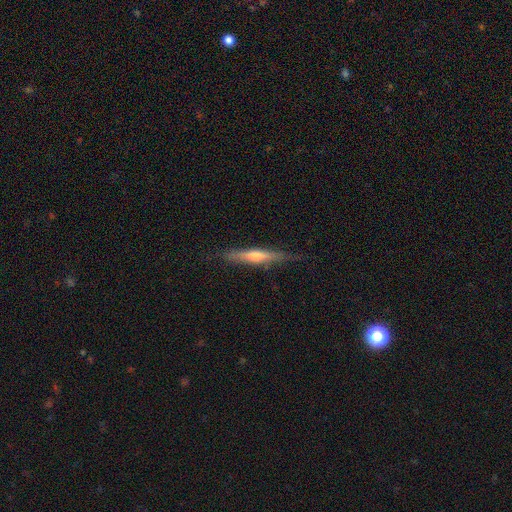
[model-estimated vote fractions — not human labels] Morphology: type=featured or disk (62%); edge-on=yes (95%); edge-on bulge=rounded (72%); merging=none (83%).